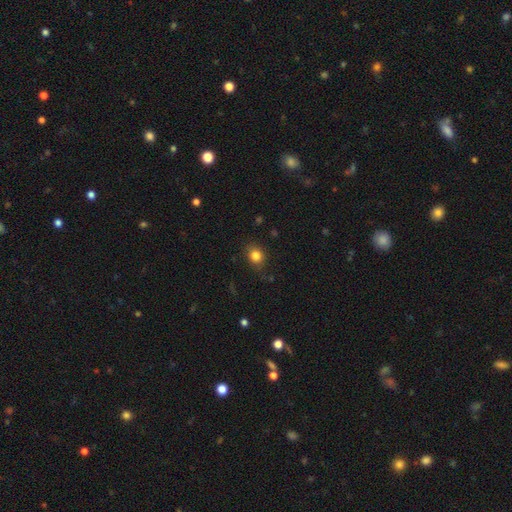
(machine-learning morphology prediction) type=smooth (83%); roundness=round (66%); merging=none (80%).